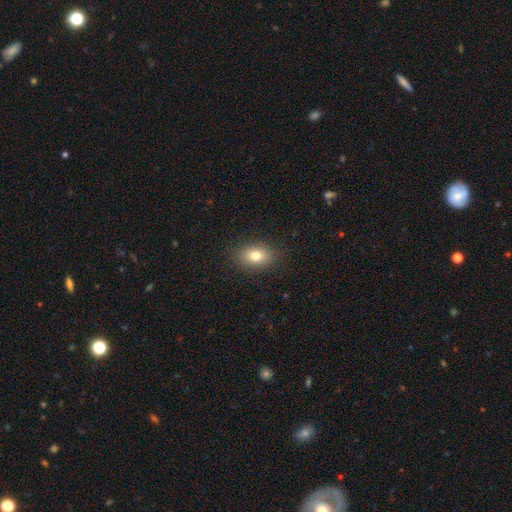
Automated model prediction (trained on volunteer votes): Morphology: type=smooth (79%); roundness=in between (78%); merging=none (87%).